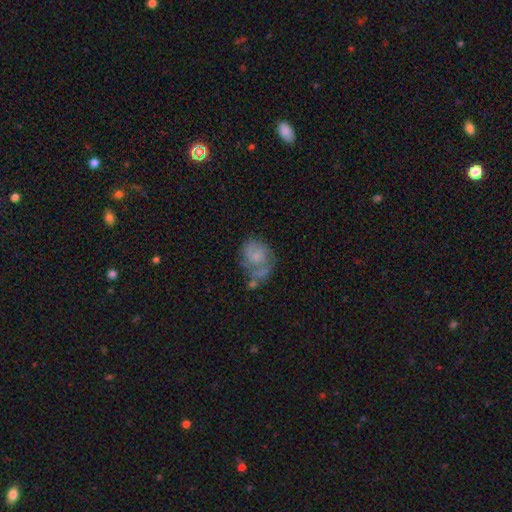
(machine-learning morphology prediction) smooth-or-featured: featured or disk: 50% | smooth: 41% | star or artifact: 9%
  merging: none: 33% | minor disturbance: 24% | major disturbance: 24% | merger: 19%